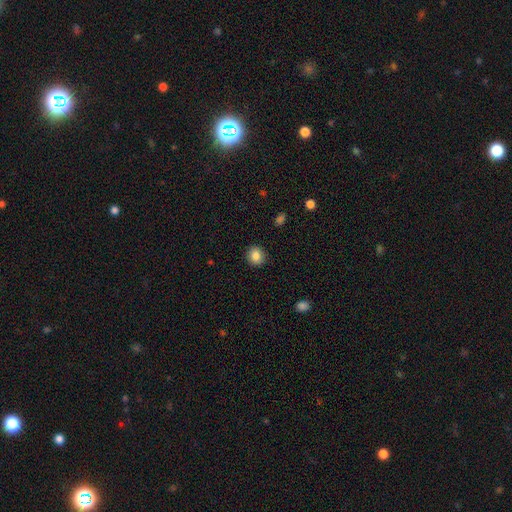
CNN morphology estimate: Smooth or featured: smooth — 86% (star or artifact — 9%)
How rounded: round — 85% (in between — 14%)
Merging: none — 91% (minor disturbance — 6%)